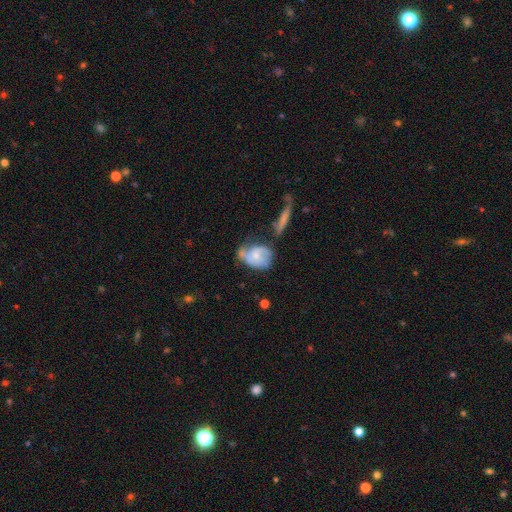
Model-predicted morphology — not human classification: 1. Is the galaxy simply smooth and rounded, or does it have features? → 53% featured or disk, 40% smooth, 7% star or artifact.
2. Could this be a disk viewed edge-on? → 96% no, 4% yes.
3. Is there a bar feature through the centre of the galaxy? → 72% no, 23% weak, 5% strong.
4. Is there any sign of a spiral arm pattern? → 69% yes, 31% no.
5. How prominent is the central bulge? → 57% small, 33% moderate, 6% none, 2% large, 1% dominant.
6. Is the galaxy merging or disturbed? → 30% none (tied), 30% minor disturbance (tied), 24% major disturbance, 16% merger.